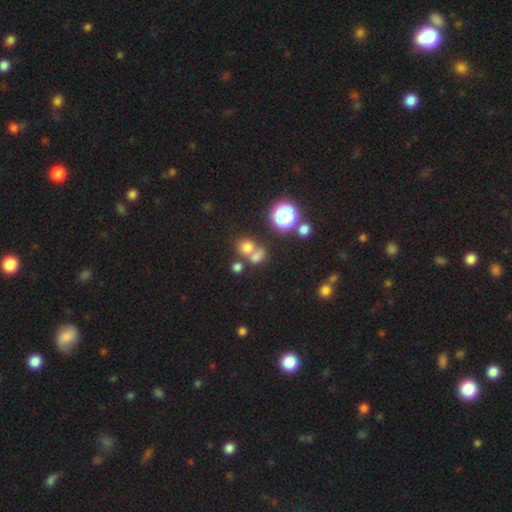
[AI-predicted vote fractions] Overall: smooth (62%; star or artifact 28%). How rounded: round (70%). Merging: none (46%; merger 41%).